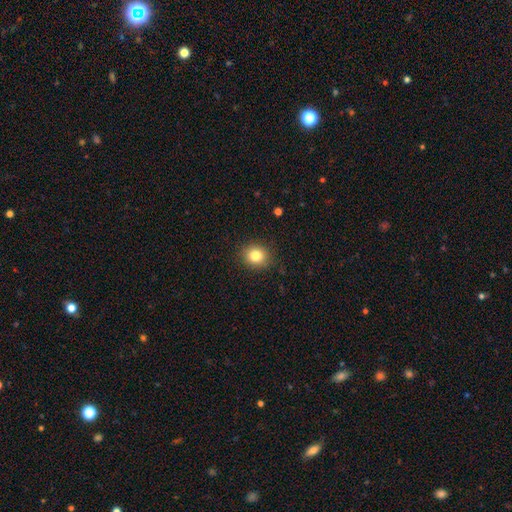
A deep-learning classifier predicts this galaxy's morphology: type=smooth (82%); roundness=round (76%); merging=none (89%).